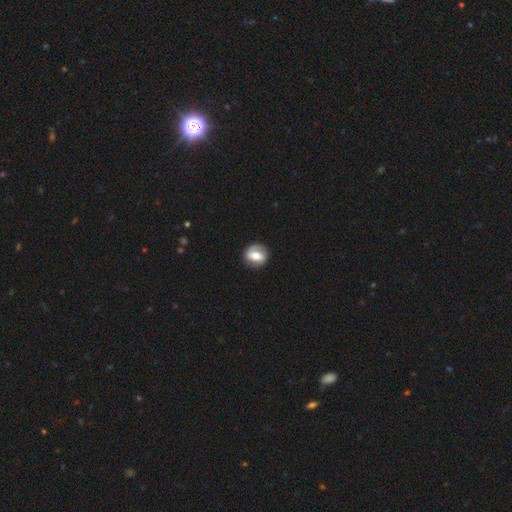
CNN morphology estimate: The model was most divided on "smooth or featured": featured or disk: 50%, smooth: 43%, star or artifact: 7%. More confident: edge-on disk — no (95%); merging — none (84%).